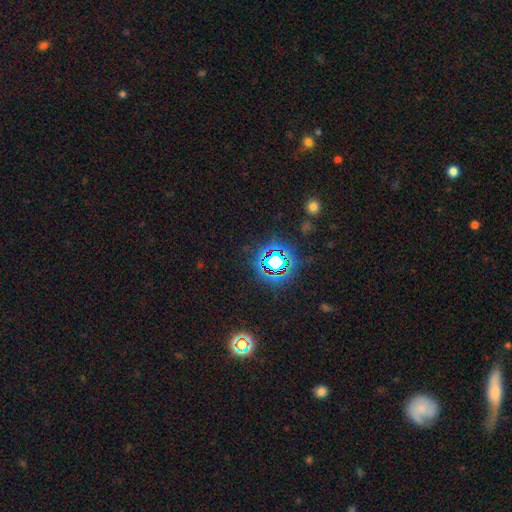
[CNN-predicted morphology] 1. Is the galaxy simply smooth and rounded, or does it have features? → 75% star or artifact, 17% smooth, 8% featured or disk.